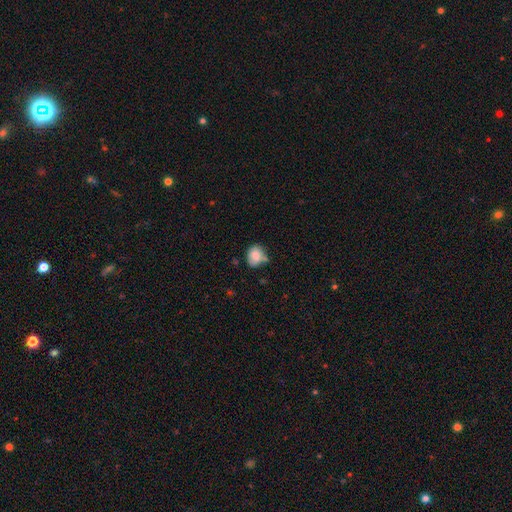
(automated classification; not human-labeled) A smooth galaxy with no disk features (80%) that is round (56%). Merging: none (59%).